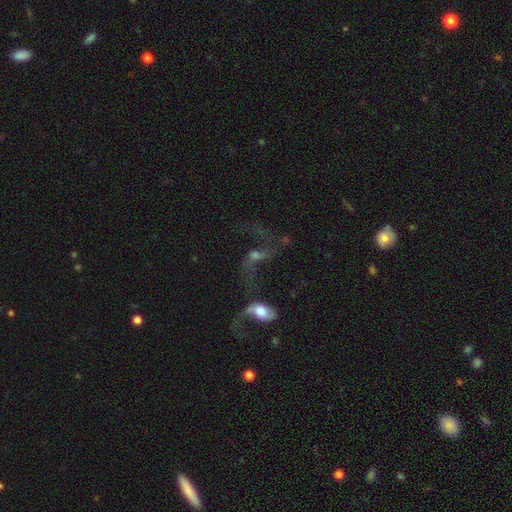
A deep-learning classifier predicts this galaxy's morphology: smooth_or_featured: featured or disk (p=0.71) [alt: smooth p=0.17]
disk_edge_on: no (p=0.94) [alt: yes p=0.06]
bar: no (p=0.50) [alt: weak p=0.36]
has_spiral_arms: yes (p=0.80) [alt: no p=0.20]
spiral_winding: loose (p=0.87) [alt: medium p=0.10]
spiral_arm_count: 2 (p=0.81) [alt: 1 p=0.09]
bulge_size: moderate (p=0.43) [alt: small p=0.33]
merging: merger (p=0.44) [alt: none p=0.24]